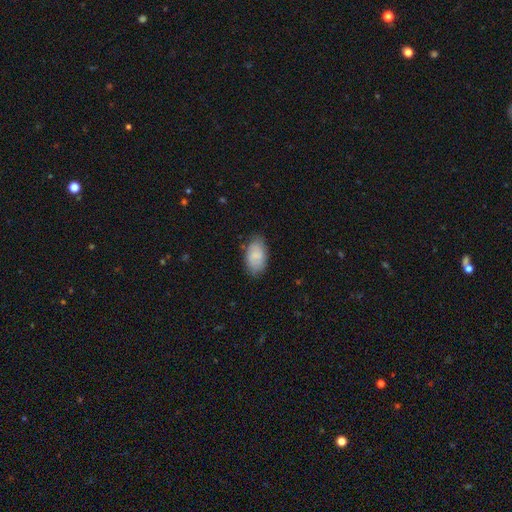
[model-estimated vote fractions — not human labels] smooth_or_featured: smooth (p=0.76) [alt: featured or disk p=0.17]
how_rounded: in between (p=0.94) [alt: round p=0.05]
merging: none (p=0.76) [alt: minor disturbance p=0.18]